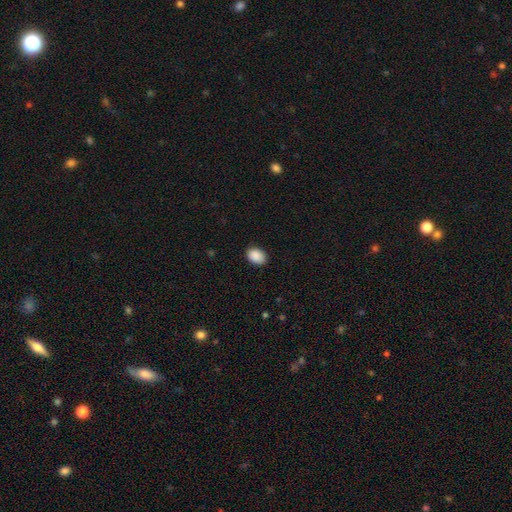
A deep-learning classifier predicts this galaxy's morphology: This is clearly a smooth galaxy (90%). How rounded: likely in between (79%). Merging: clearly none (87%).